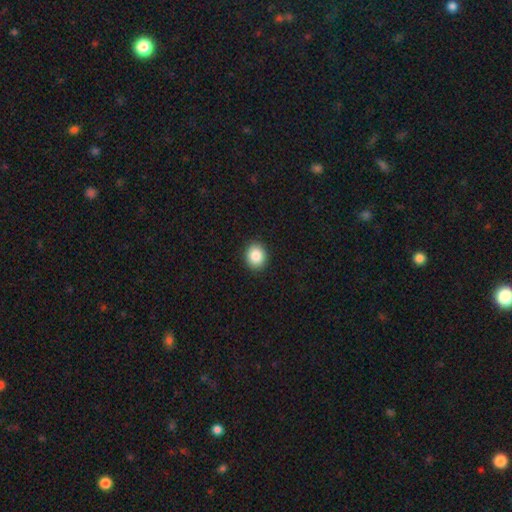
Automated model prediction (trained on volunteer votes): A smooth galaxy with no disk features (86%) that is round (63%).

Vote fractions:
- Smooth or featured? smooth: 86% / star or artifact: 9% / featured or disk: 5%
- How rounded? round: 63% / in between: 37% / cigar-shaped: 1%
- Merging? none: 92% / minor disturbance: 6% / major disturbance: 2% / merger: 1%